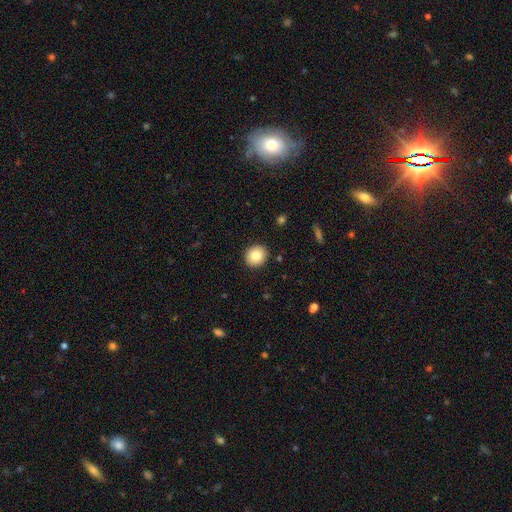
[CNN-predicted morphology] Q: Smooth or featured?
A: smooth (83%); runner-up: star or artifact (9%)
Q: How rounded?
A: round (81%); runner-up: in between (18%)
Q: Merging?
A: none (91%); runner-up: minor disturbance (6%)